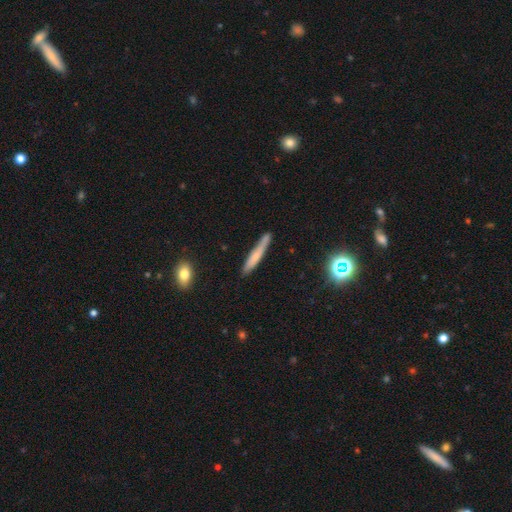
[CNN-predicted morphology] The model was most divided on "smooth or featured": smooth: 63%, featured or disk: 28%, star or artifact: 9%. More confident: how rounded — cigar-shaped (93%); merging — none (76%).